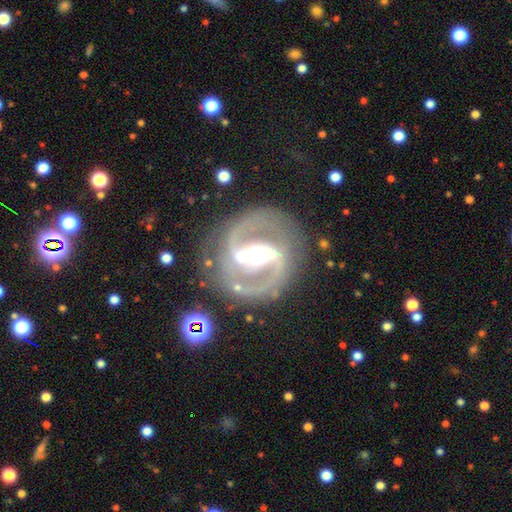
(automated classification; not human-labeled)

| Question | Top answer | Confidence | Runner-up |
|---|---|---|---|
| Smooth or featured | featured or disk | 92% | star or artifact (5%) |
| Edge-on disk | no | 98% | yes (2%) |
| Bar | strong | 71% | weak (21%) |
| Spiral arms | yes | 97% | no (3%) |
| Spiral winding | medium | 59% | tight (30%) |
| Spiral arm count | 2 | 94% | can't tell (2%) |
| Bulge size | moderate | 60% | large (25%) |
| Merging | none | 83% | minor disturbance (11%) |